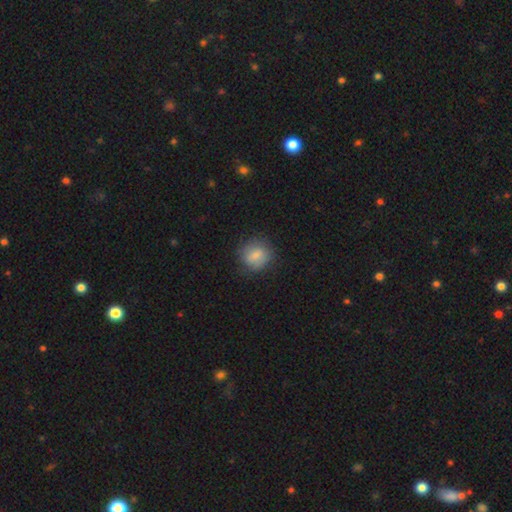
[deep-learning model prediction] smooth-or-featured: smooth: 76% | featured or disk: 16% | star or artifact: 8%
  how-rounded: round: 84% | in between: 15% | cigar-shaped: 1%
  merging: none: 78% | minor disturbance: 15% | major disturbance: 5% | merger: 1%